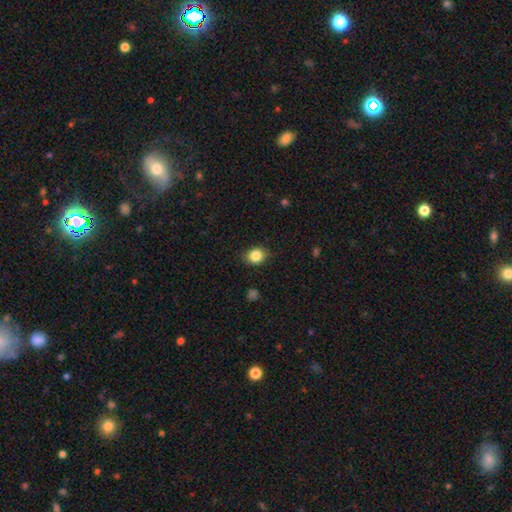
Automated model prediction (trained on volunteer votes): Smooth or featured? Predicted: smooth (p=0.85). How rounded? Predicted: round (p=0.62). Merging? Predicted: none (p=0.83).